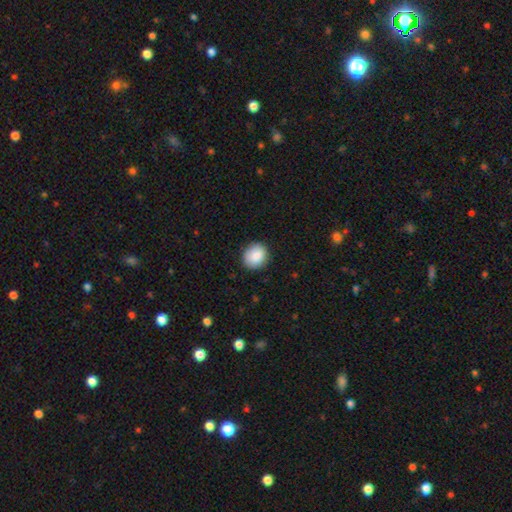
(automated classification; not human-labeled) Overall: smooth (88%). How rounded: round (67%; in between 32%). Merging: none (87%).